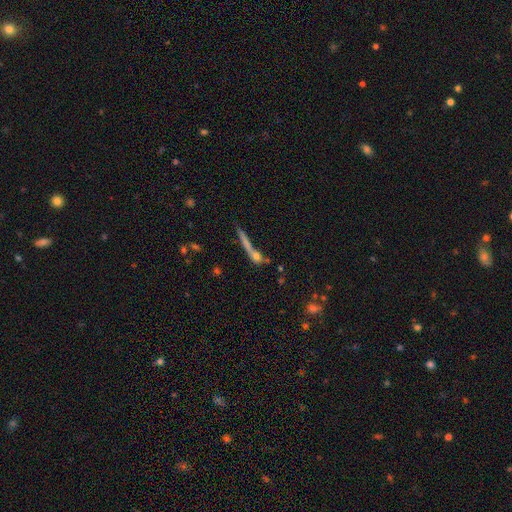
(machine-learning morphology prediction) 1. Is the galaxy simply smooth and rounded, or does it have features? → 55% smooth, 29% featured or disk, 15% star or artifact.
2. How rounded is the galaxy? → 61% cigar-shaped, 22% round, 17% in between.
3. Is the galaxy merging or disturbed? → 43% none, 26% merger, 17% major disturbance, 15% minor disturbance.